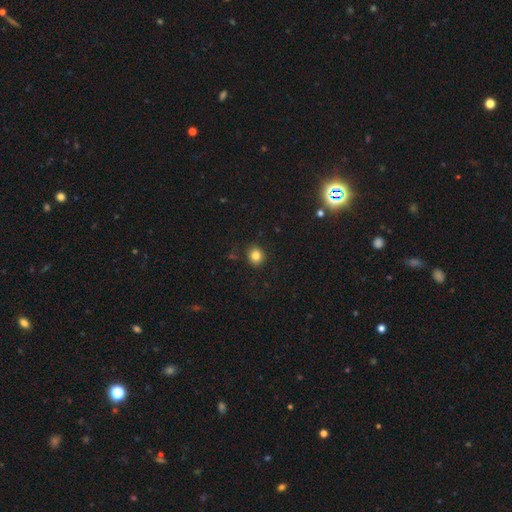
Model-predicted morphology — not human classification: A smooth galaxy with no disk features (82%) that is round (82%). Merging: none (89%).